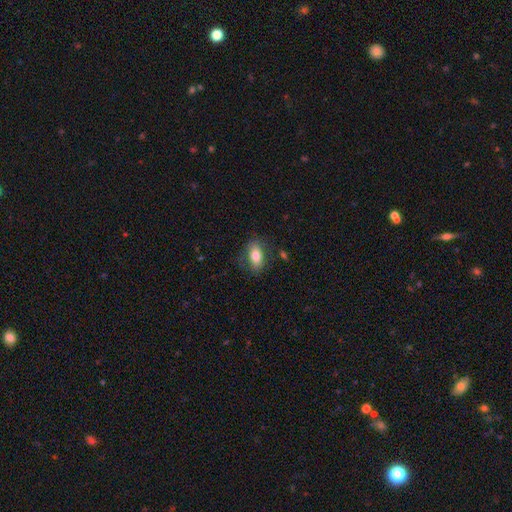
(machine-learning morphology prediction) Smooth or featured? smooth (79%)
How rounded? in between (89%)
Merging? none (78%)